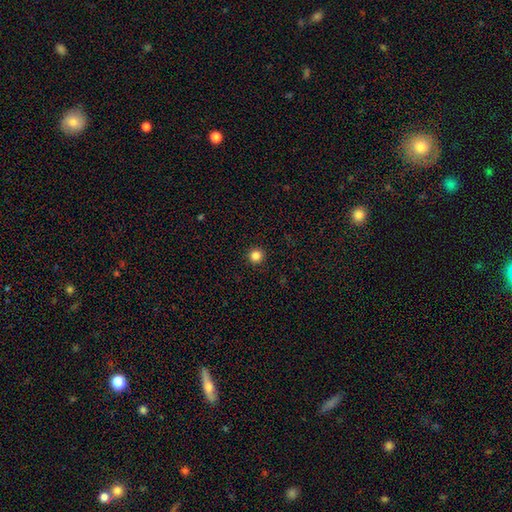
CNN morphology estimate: Smooth or featured: smooth — 84% (star or artifact — 12%)
How rounded: round — 96% (in between — 3%)
Merging: none — 93% (minor disturbance — 4%)